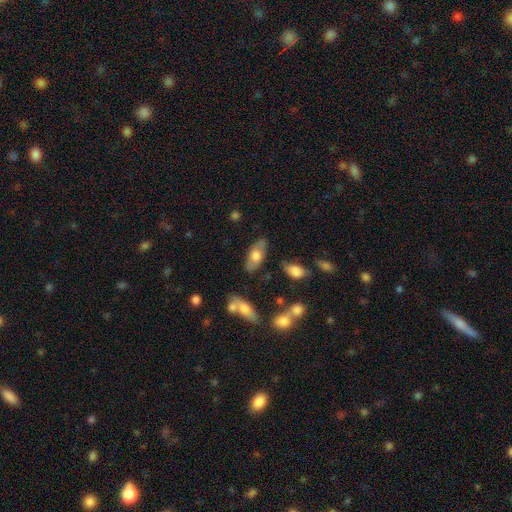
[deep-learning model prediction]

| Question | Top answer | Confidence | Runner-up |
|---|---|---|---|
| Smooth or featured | smooth | 61% | featured or disk (33%) |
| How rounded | in between | 88% | cigar-shaped (8%) |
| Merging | none | 78% | minor disturbance (15%) |